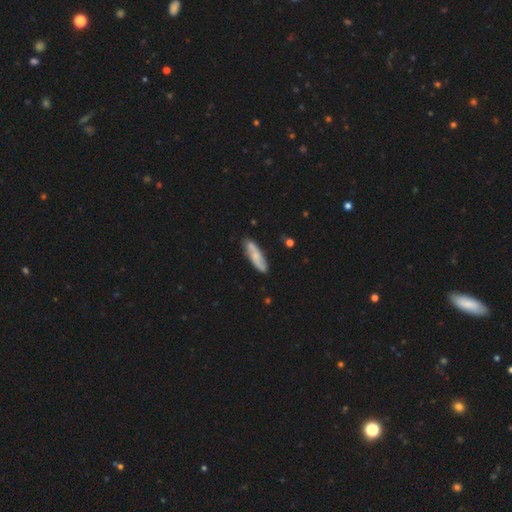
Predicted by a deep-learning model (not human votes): Smooth or featured? Predicted: smooth (p=0.53). How rounded? Predicted: cigar-shaped (p=0.66). Merging? Predicted: none (p=0.74).